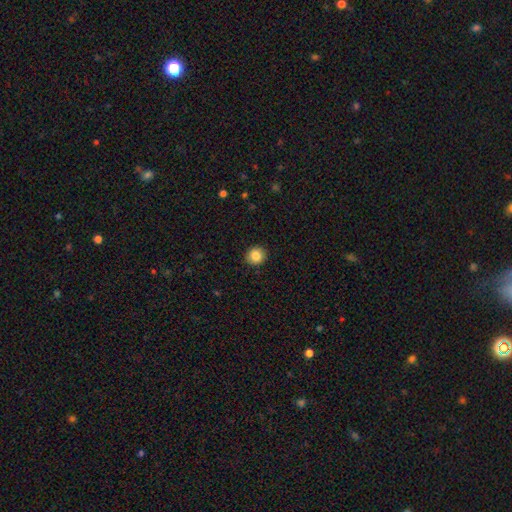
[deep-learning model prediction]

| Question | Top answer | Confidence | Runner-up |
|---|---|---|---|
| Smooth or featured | smooth | 85% | star or artifact (9%) |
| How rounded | round | 91% | in between (8%) |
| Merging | none | 92% | minor disturbance (5%) |